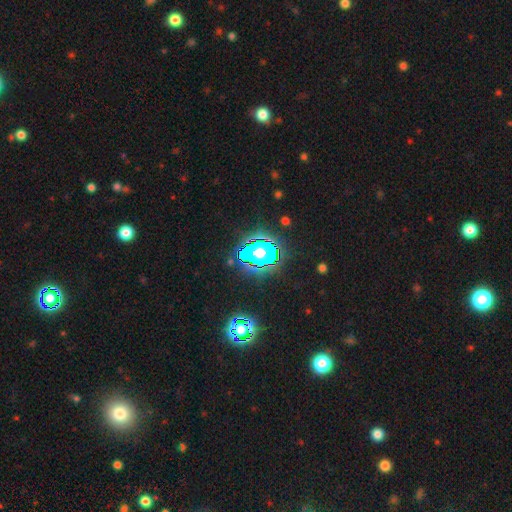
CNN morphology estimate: Q: Smooth or featured?
A: star or artifact (53%); runner-up: smooth (29%)